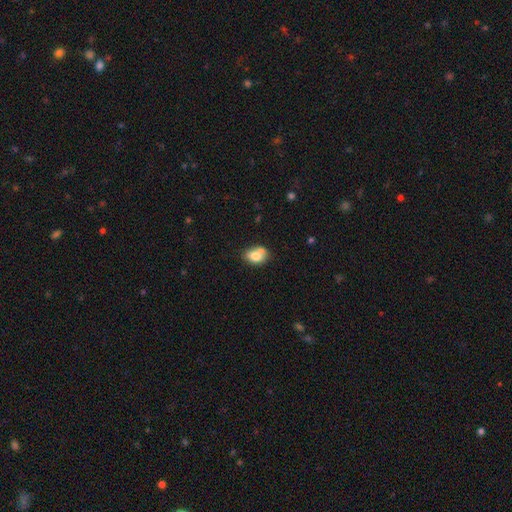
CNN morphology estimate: This appears to be a smooth galaxy with no disk features (76%) that is in between round and cigar-shaped (71%). Merging: none (46%).